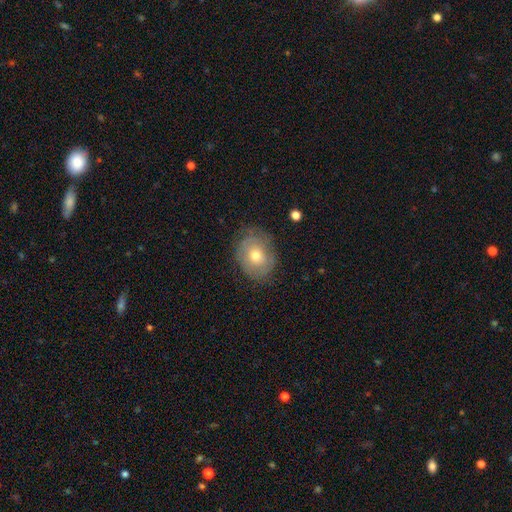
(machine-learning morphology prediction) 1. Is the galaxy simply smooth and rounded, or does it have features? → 52% smooth, 40% featured or disk, 8% star or artifact.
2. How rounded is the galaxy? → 55% round, 44% in between, 1% cigar-shaped.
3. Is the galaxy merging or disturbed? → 71% none, 21% minor disturbance, 7% major disturbance, 1% merger.